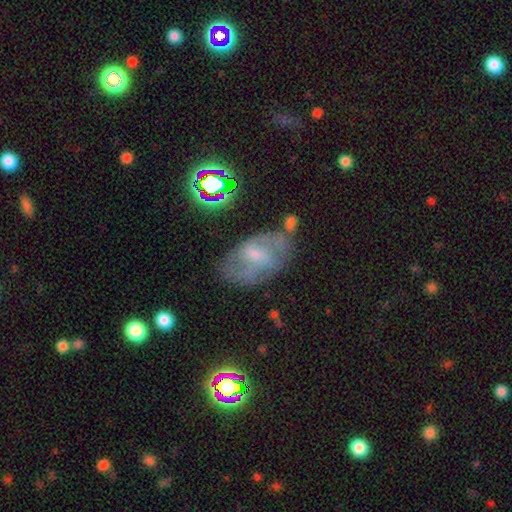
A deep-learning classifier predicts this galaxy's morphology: smooth-or-featured: featured or disk: 60% | smooth: 30% | star or artifact: 11%
  disk-edge-on: no: 94% | yes: 6%
    bar: weak: 52% | no: 33% | strong: 15%
    has-spiral-arms: yes: 72% | no: 28%
    bulge-size: small: 46% | moderate: 37% | none: 12% | large: 4% | dominant: 1%
  merging: none: 57% | minor disturbance: 24% | major disturbance: 13% | merger: 6%